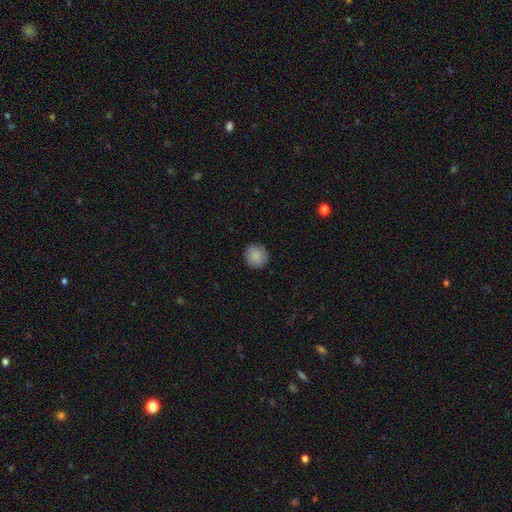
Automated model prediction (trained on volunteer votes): smooth_or_featured: smooth (p=0.88) [alt: star or artifact p=0.07]
how_rounded: round (p=0.94) [alt: in between p=0.05]
merging: none (p=0.90) [alt: minor disturbance p=0.07]